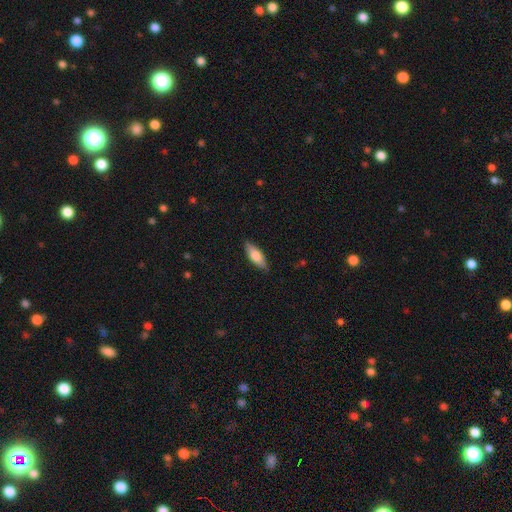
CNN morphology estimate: This appears to be a smooth galaxy with no disk features (69%) that is in between round and cigar-shaped (63%). Merging: none (87%).